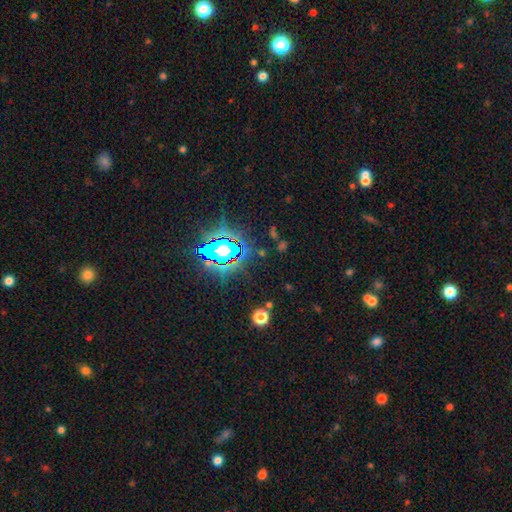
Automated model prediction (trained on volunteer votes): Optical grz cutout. It shows a star or artifact, not a galaxy (82%).